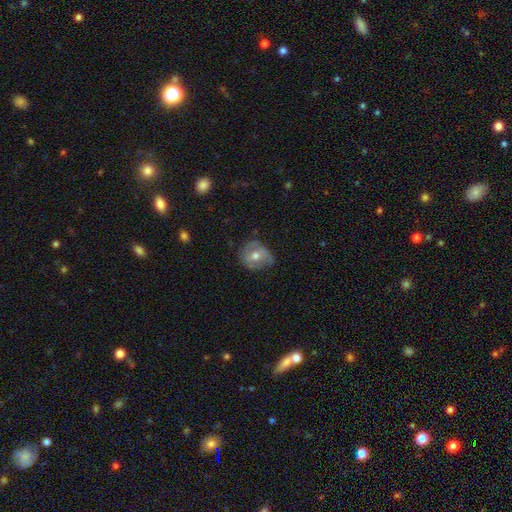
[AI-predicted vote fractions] smooth-or-featured: smooth: 47% | featured or disk: 45% | star or artifact: 8%
  merging: none: 55% | minor disturbance: 32% | major disturbance: 12% | merger: 2%